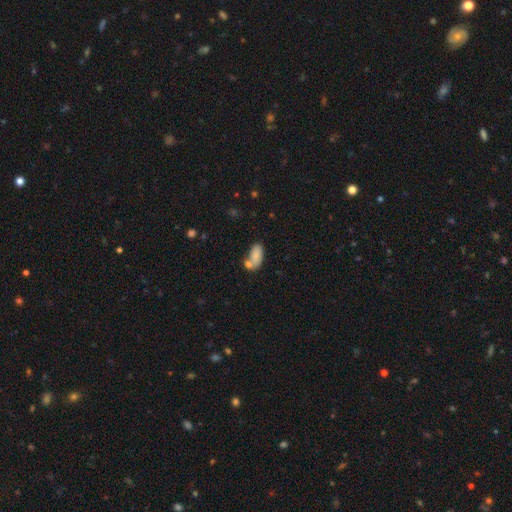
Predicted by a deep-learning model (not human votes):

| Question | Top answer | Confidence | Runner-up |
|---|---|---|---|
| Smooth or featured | smooth | 79% | featured or disk (13%) |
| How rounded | in between | 91% | cigar-shaped (5%) |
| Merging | none | 41% | merger (38%) |